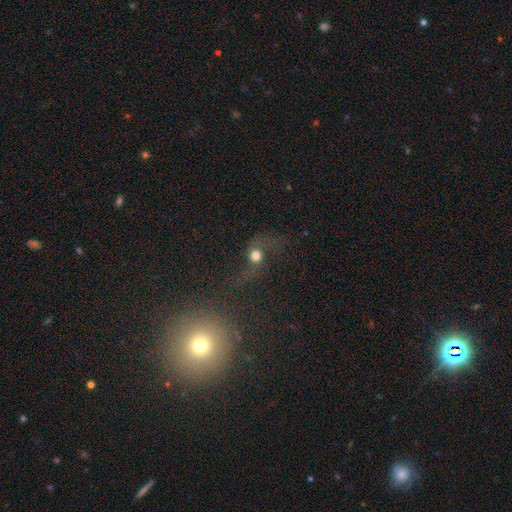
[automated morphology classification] Smooth or featured? Predicted: smooth (p=0.41). Merging? Predicted: none (p=0.48).